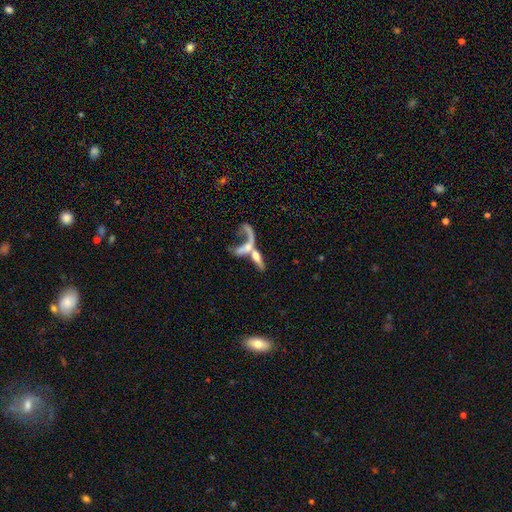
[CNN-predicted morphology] featured or disk 55%, smooth 35%, star or artifact 10%. Down the decision tree: edge-on disk — no (58%); merging — merger (60%).